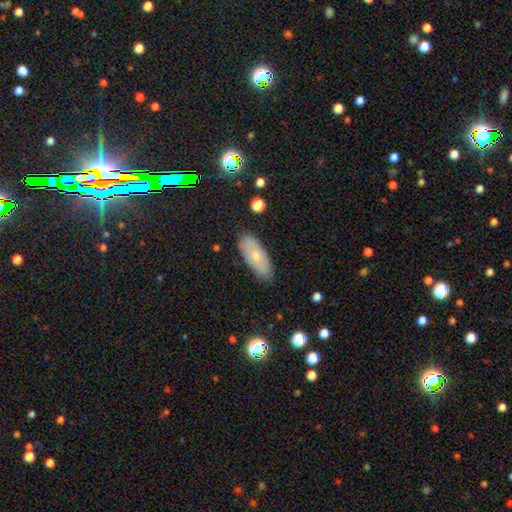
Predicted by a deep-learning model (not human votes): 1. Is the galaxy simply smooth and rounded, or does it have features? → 69% smooth, 23% featured or disk, 8% star or artifact.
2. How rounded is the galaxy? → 80% in between, 17% cigar-shaped, 3% round.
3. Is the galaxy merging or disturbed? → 84% none, 12% minor disturbance, 2% major disturbance, 1% merger.